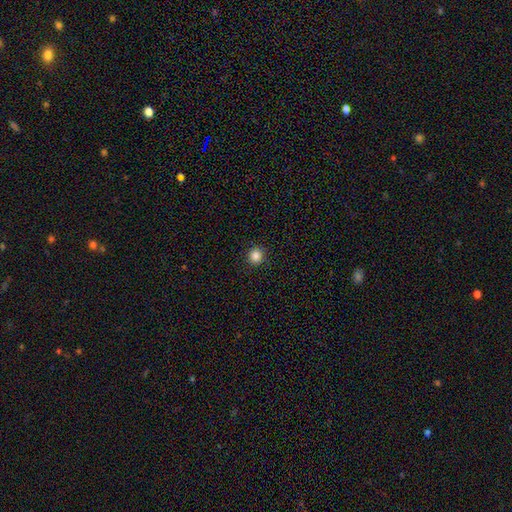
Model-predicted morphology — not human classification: Q: Smooth or featured?
A: smooth (85%); runner-up: star or artifact (12%)
Q: How rounded?
A: round (92%); runner-up: in between (7%)
Q: Merging?
A: none (92%); runner-up: minor disturbance (5%)